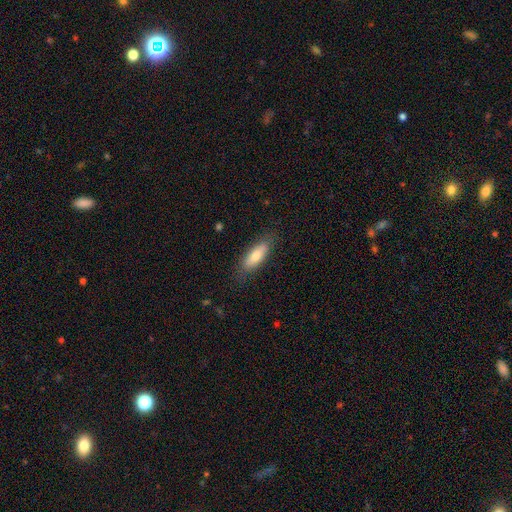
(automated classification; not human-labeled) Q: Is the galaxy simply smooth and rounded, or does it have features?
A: smooth — 74%.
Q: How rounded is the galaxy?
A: in between — 59%.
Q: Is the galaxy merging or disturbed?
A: none — 82%.